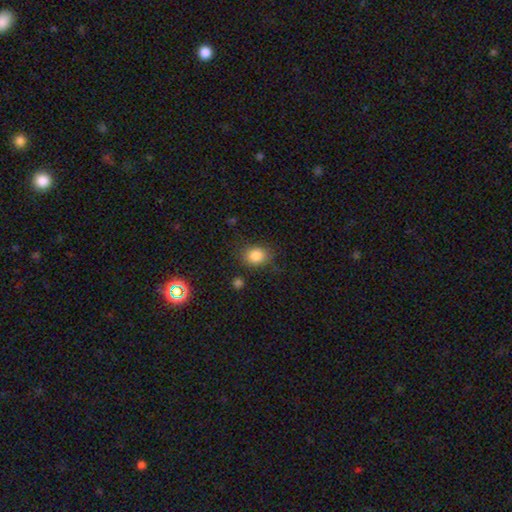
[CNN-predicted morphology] type=smooth (84%); roundness=round (53%); merging=none (78%).